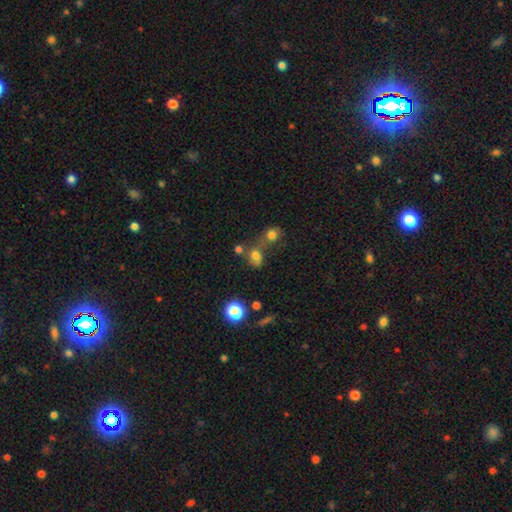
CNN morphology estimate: This appears to be a smooth galaxy with no disk features (70%) that is round (55%). Merging: merger (45%).